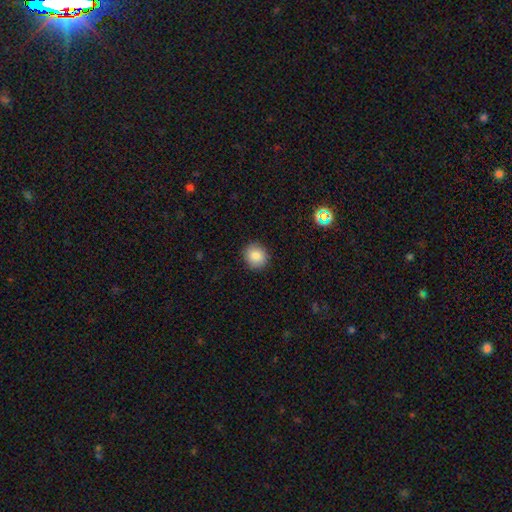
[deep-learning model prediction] Q: Smooth or featured?
A: smooth (86%); runner-up: star or artifact (9%)
Q: How rounded?
A: round (84%); runner-up: in between (15%)
Q: Merging?
A: none (90%); runner-up: minor disturbance (7%)